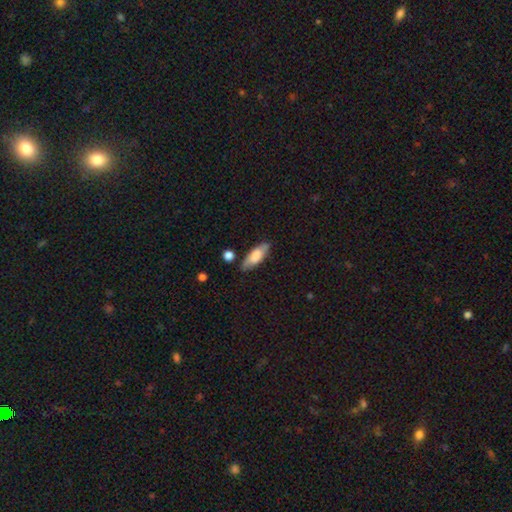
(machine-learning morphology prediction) type=smooth (69%); roundness=in between (70%); merging=none (78%).